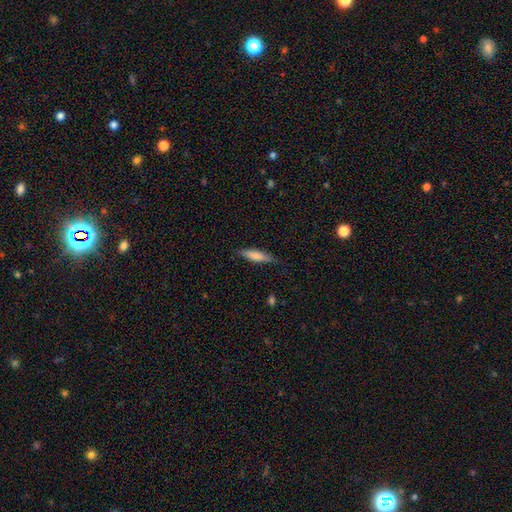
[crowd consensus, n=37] Overall: smooth (70%). How rounded: in between (54%; cigar-shaped 46%). Merging: none (84%).